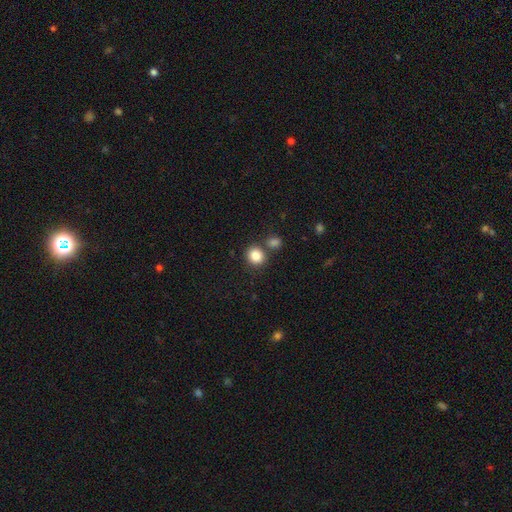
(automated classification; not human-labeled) Smooth or featured? Predicted: smooth (p=0.85). How rounded? Predicted: round (p=0.81). Merging? Predicted: none (p=0.71).